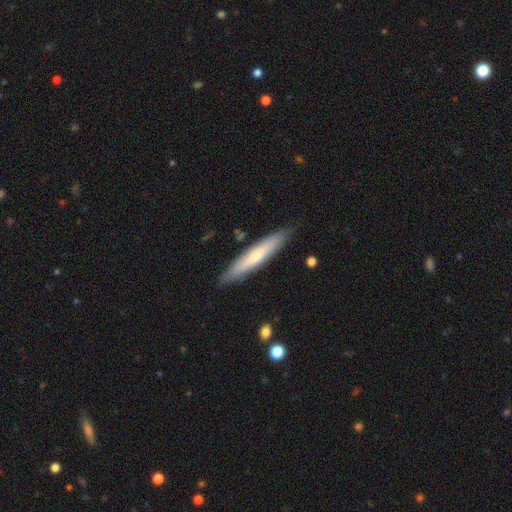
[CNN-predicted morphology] A smooth galaxy with no disk features (59%) that is cigar-shaped (90%). Merging: none (88%).